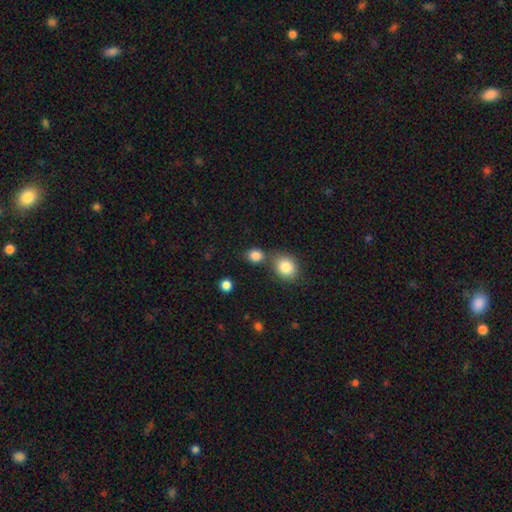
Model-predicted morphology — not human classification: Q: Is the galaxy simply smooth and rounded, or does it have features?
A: smooth — 85%.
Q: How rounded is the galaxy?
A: round — 67%.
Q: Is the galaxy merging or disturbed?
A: none — 63%.